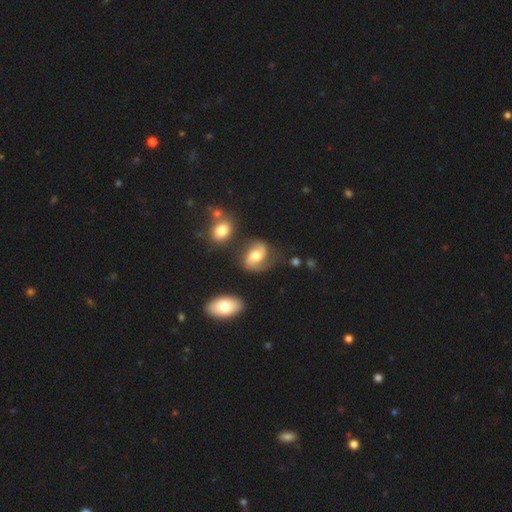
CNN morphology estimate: type=featured or disk (72%); edge-on=no (97%); bar=no (51%); spiral arms=yes (93%); winding=medium (48%); arm count=2 (85%); bulge=moderate (66%); merging=none (61%).